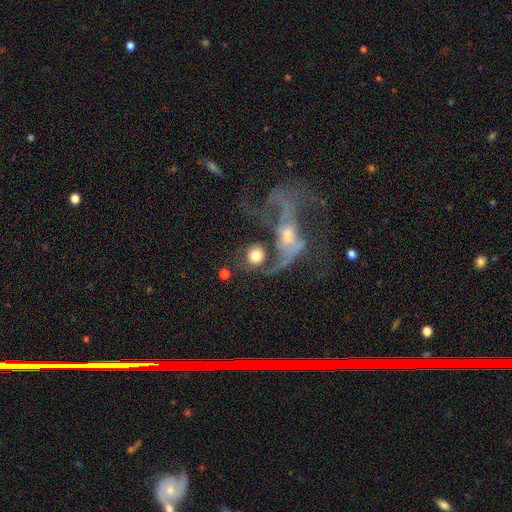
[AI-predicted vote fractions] Smooth or featured? Predicted: smooth (p=0.63). How rounded? Predicted: round (p=0.78). Merging? Predicted: merger (p=0.42).